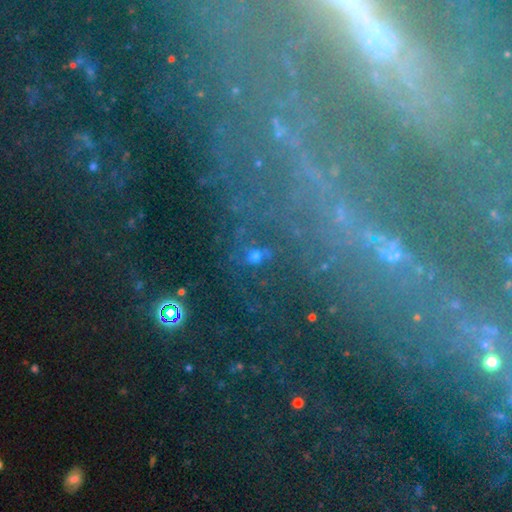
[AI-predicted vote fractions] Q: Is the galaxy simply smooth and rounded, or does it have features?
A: star or artifact — 46%.